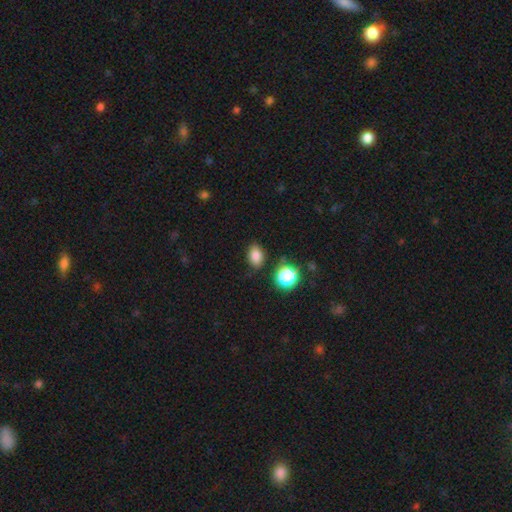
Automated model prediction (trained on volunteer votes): The model was most divided on "how rounded": in between: 77%, round: 22%, cigar-shaped: 1%. More confident: smooth or featured — smooth (82%); merging — none (81%).